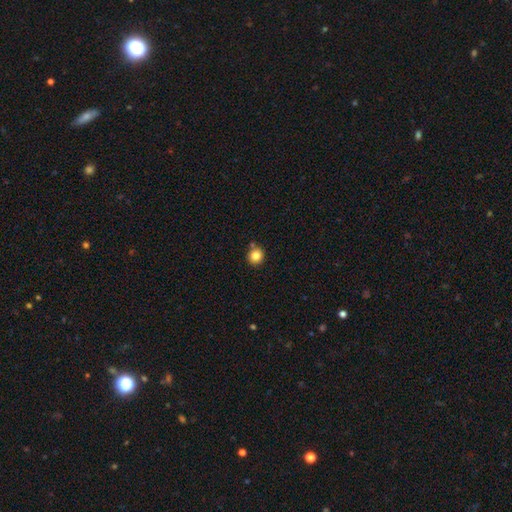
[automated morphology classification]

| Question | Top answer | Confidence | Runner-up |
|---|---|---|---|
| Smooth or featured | smooth | 83% | star or artifact (11%) |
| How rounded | round | 87% | in between (12%) |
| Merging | none | 81% | minor disturbance (9%) |